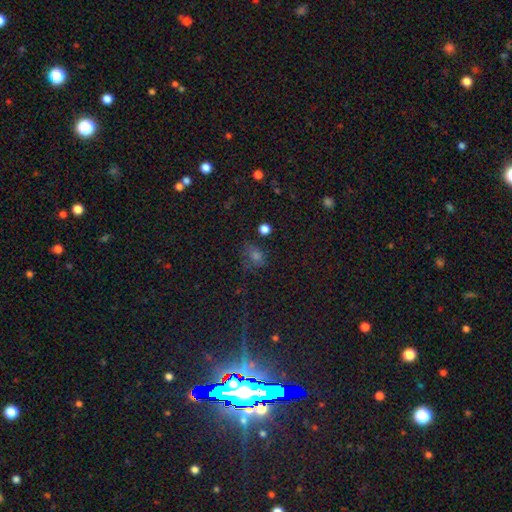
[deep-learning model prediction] A smooth galaxy with no disk features (43%). Merging: none (64%).